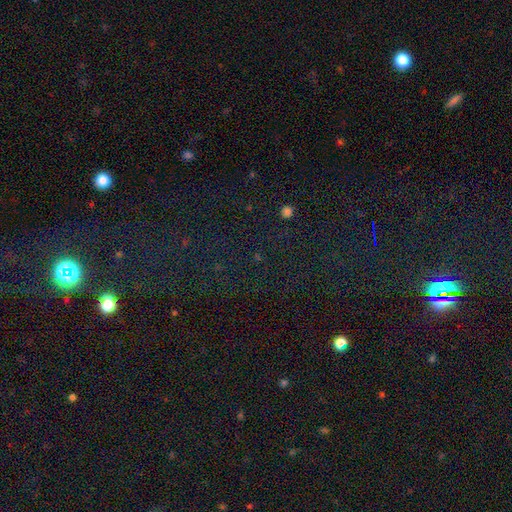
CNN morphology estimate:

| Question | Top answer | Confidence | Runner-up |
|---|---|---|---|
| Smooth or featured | star or artifact | 73% | smooth (18%) |